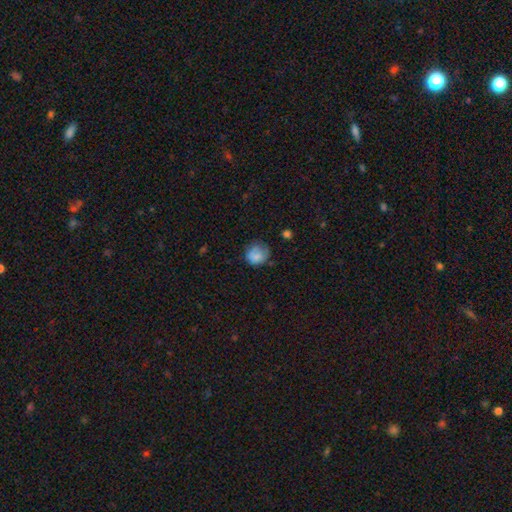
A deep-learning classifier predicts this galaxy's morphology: smooth 75%, featured or disk 15%, star or artifact 10%. Down the decision tree: how rounded — round (78%); merging — none (56%).